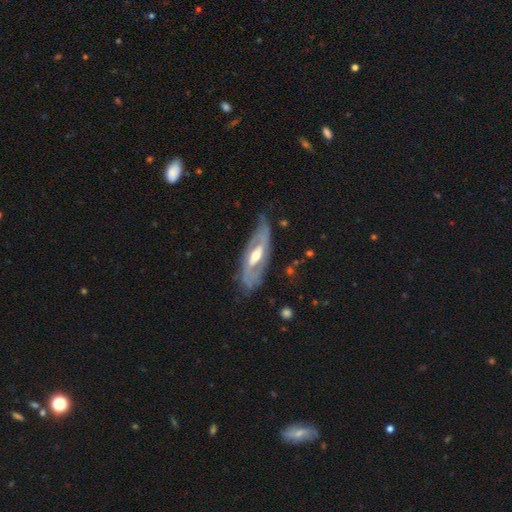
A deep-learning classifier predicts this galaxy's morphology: Smooth or featured? featured or disk (81%)
Edge-on disk? no (82%)
Bar? weak (40%)
Spiral arms? yes (79%)
Spiral winding? medium (40%, tied with tight)
Spiral arm count? 2 (69%)
Bulge size? moderate (71%)
Merging? none (68%)